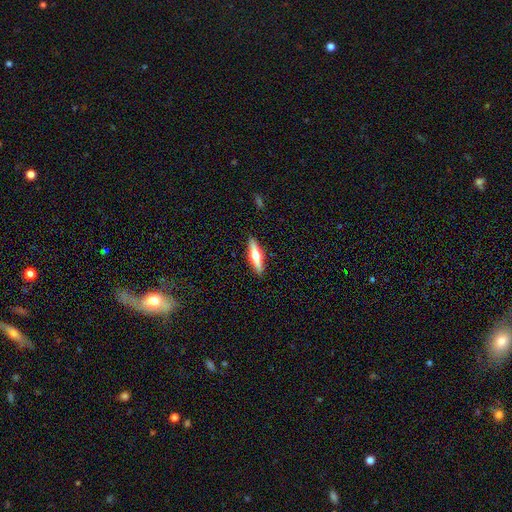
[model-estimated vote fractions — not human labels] This appears to be a featured or disk galaxy (53%) viewed edge-on (94%) with a rounded central bulge (94%). Merging: none (90%).